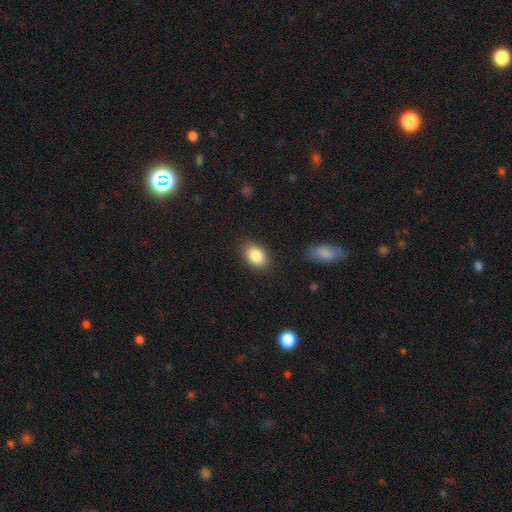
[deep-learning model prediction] smooth_or_featured: smooth (p=0.85) [alt: star or artifact p=0.08]
how_rounded: in between (p=0.84) [alt: round p=0.15]
merging: none (p=0.84) [alt: minor disturbance p=0.11]